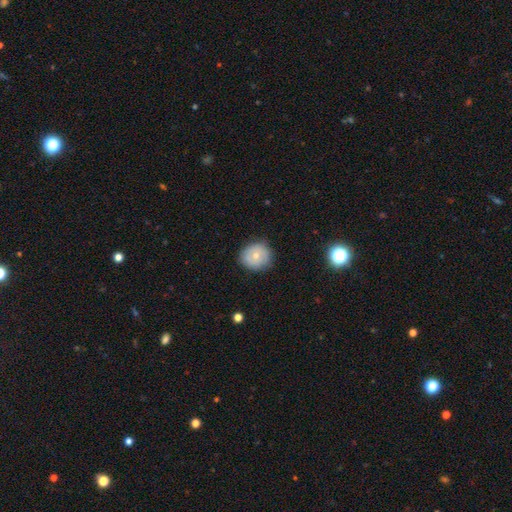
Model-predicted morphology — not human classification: smooth_or_featured: smooth (p=0.64) [alt: featured or disk p=0.27]
how_rounded: round (p=0.84) [alt: in between p=0.15]
merging: none (p=0.83) [alt: minor disturbance p=0.13]